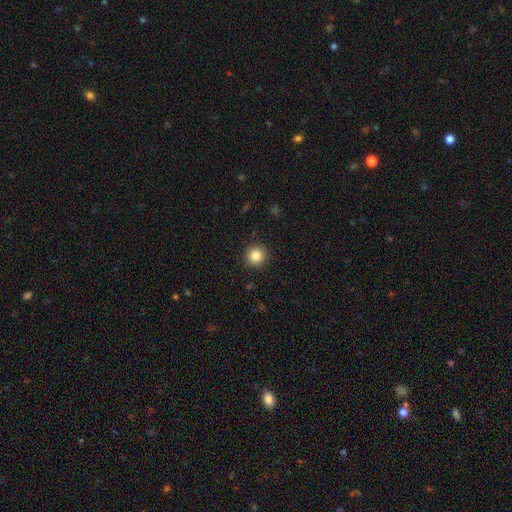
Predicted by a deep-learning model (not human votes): Smooth or featured? smooth (85%)
How rounded? round (95%)
Merging? none (92%)